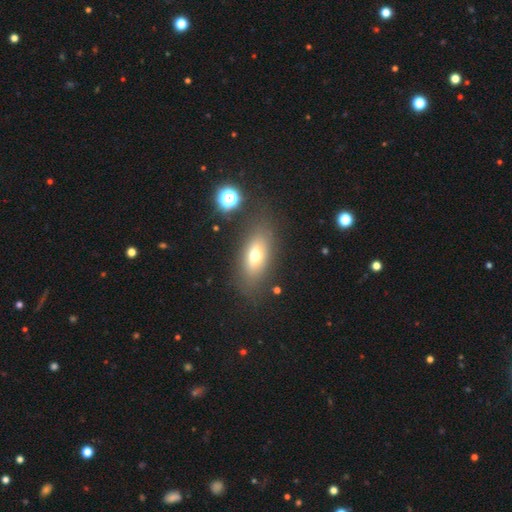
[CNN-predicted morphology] Smooth or featured? Predicted: smooth (p=0.66). How rounded? Predicted: in between (p=0.78). Merging? Predicted: none (p=0.78).